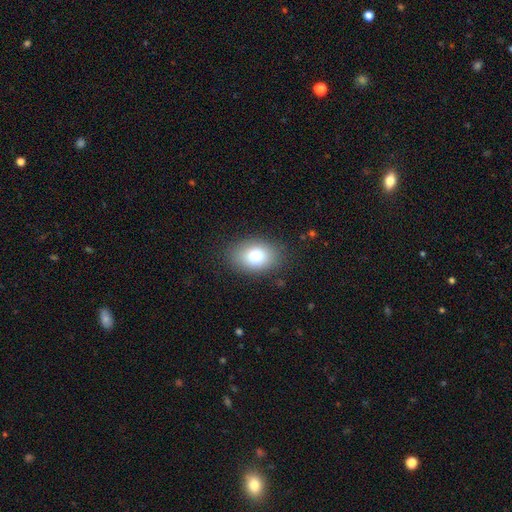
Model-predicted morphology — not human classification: Overall: smooth (76%). How rounded: in between (75%). Merging: none (85%).